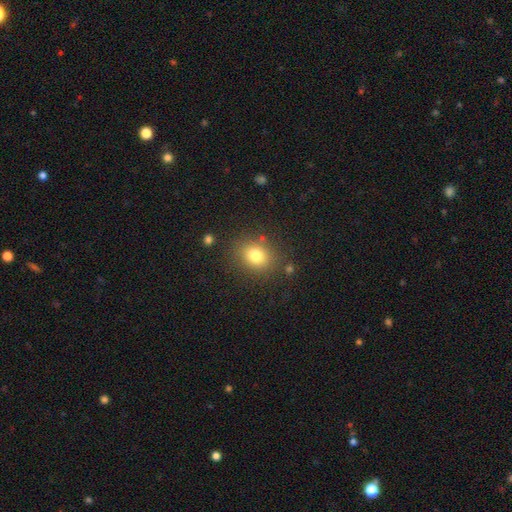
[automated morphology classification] Smooth or featured: smooth — 79% (star or artifact — 12%)
How rounded: round — 58% (in between — 41%)
Merging: none — 81% (minor disturbance — 11%)